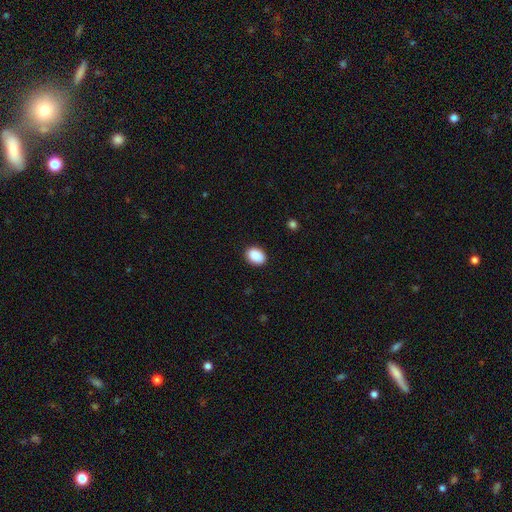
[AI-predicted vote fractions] smooth 90%, star or artifact 7%, featured or disk 2%. Down the decision tree: how rounded — in between (76%); merging — none (90%).